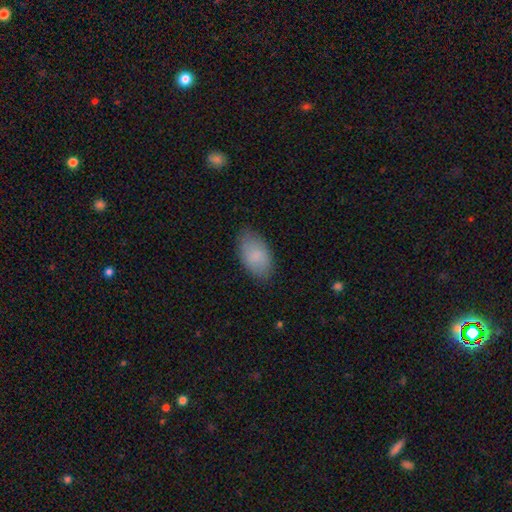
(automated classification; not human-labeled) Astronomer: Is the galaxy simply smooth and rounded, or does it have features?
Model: smooth — 85%.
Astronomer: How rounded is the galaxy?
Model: in between — 94%.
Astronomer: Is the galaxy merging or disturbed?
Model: none — 81%.